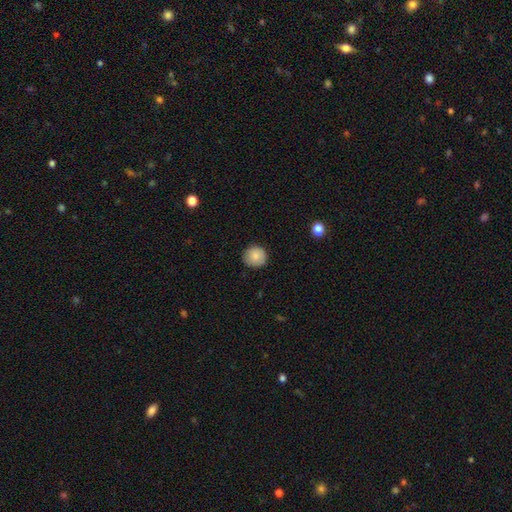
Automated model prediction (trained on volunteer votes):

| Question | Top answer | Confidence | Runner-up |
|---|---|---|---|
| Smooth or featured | smooth | 85% | star or artifact (8%) |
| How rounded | round | 92% | in between (7%) |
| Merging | none | 88% | minor disturbance (9%) |